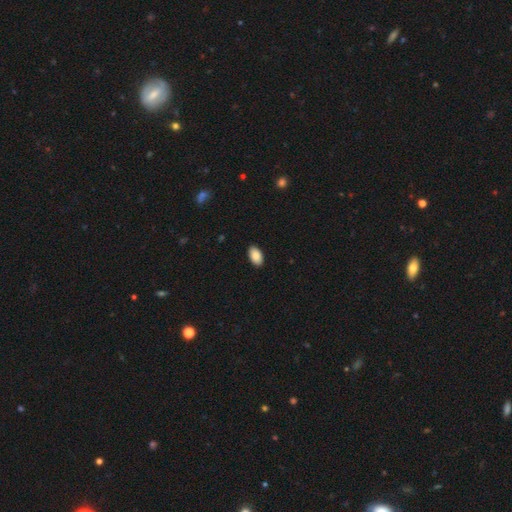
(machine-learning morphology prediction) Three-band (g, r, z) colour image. It shows a smooth galaxy with no disk features (88%) that is in between round and cigar-shaped (94%). Merging: none (90%).